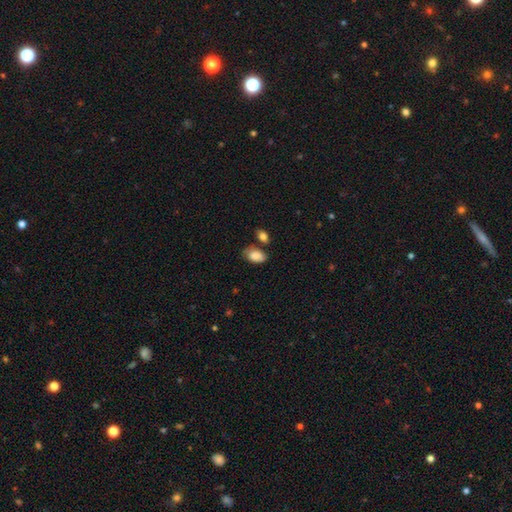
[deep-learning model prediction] Smooth or featured: smooth — 84% (featured or disk — 9%)
How rounded: in between — 91% (round — 7%)
Merging: none — 58% (minor disturbance — 24%)